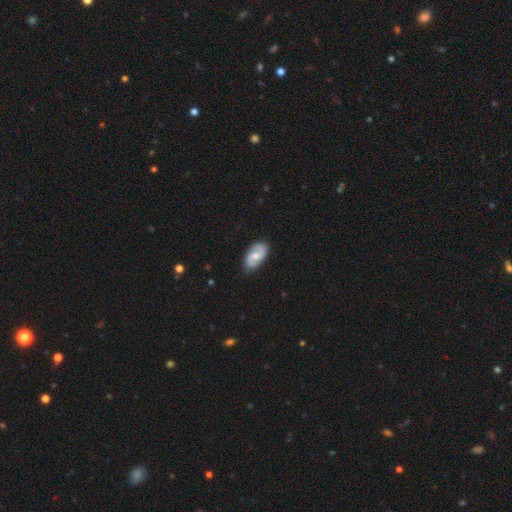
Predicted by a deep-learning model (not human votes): This is possibly a featured or disk galaxy (57%). It is clearly not viewed edge-on (96%). Bar: possibly no (55%). Spiral arm pattern: clearly yes (88%). Central bulge: possibly moderate (53%). Merging: clearly none (82%).